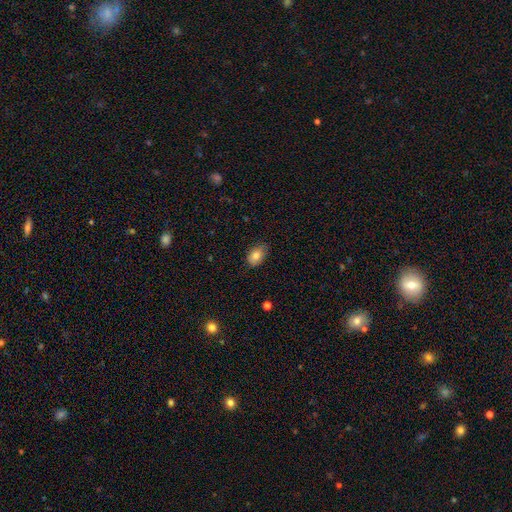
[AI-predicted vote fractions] smooth-or-featured: smooth: 82% | featured or disk: 10% | star or artifact: 8%
  how-rounded: in between: 84% | round: 15% | cigar-shaped: 1%
  merging: none: 72% | minor disturbance: 23% | major disturbance: 4% | merger: 1%